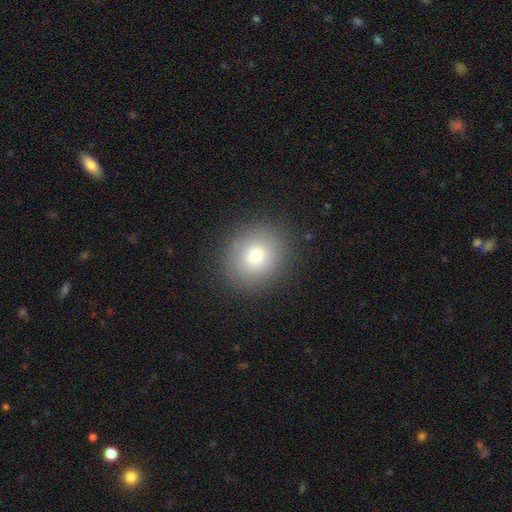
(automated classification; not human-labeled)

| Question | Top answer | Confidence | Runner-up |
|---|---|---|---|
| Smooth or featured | smooth | 77% | star or artifact (12%) |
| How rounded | round | 75% | in between (24%) |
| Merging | none | 87% | minor disturbance (8%) |